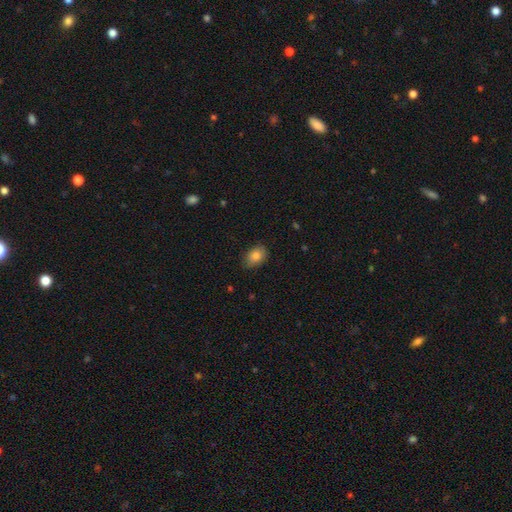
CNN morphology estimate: type=smooth (85%); roundness=in between (81%); merging=none (80%).